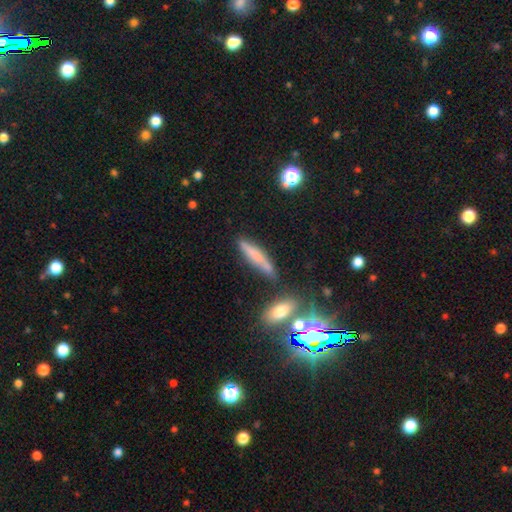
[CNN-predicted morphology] smooth 66%, featured or disk 20%, star or artifact 14%. Down the decision tree: how rounded — cigar-shaped (81%); merging — none (69%).